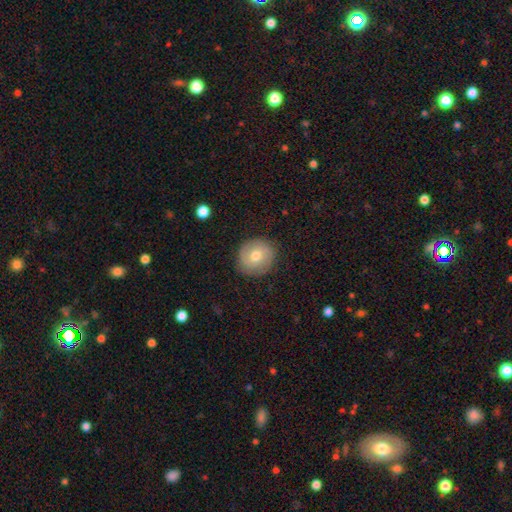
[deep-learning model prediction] Smooth or featured? Predicted: smooth (p=0.57). How rounded? Predicted: round (p=0.84). Merging? Predicted: none (p=0.84).